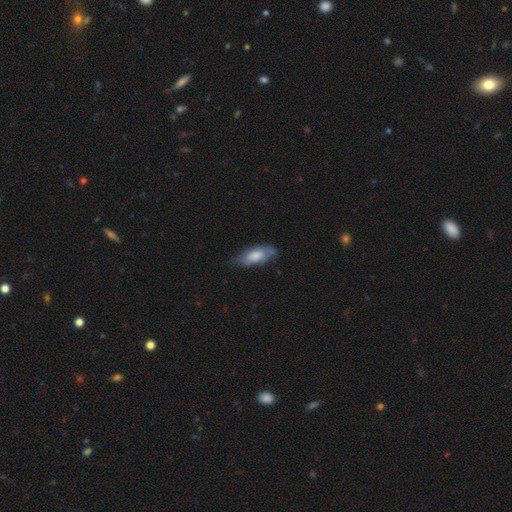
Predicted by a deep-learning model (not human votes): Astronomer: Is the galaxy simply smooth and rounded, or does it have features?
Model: smooth — 68%.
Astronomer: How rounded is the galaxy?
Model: in between — 78%.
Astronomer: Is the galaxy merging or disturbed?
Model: none — 57%.